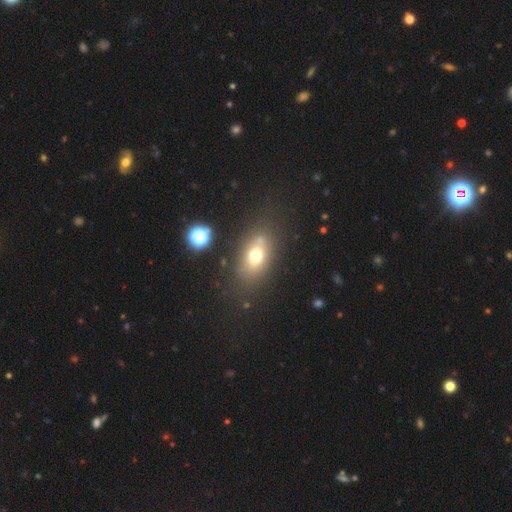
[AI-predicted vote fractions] Smooth or featured?
  - smooth: 67% *
  - featured or disk: 18%
  - star or artifact: 16%
How rounded?
  - in between: 72% *
  - round: 24%
  - cigar-shaped: 3%
Merging?
  - none: 70% *
  - minor disturbance: 14%
  - merger: 10%
  - major disturbance: 7%